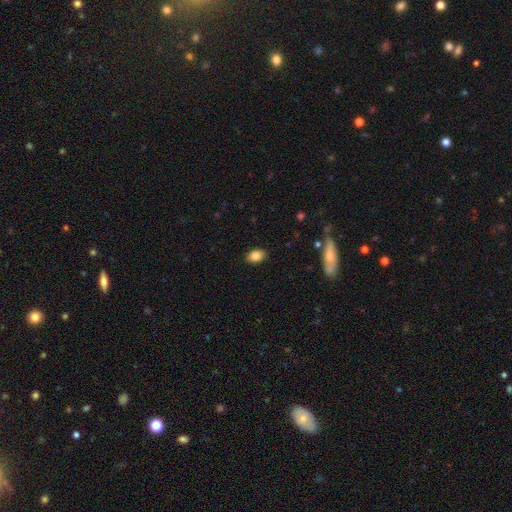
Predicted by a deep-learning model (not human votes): smooth_or_featured: smooth (p=0.86) [alt: star or artifact p=0.08]
how_rounded: in between (p=0.85) [alt: round p=0.14]
merging: none (p=0.88) [alt: minor disturbance p=0.09]